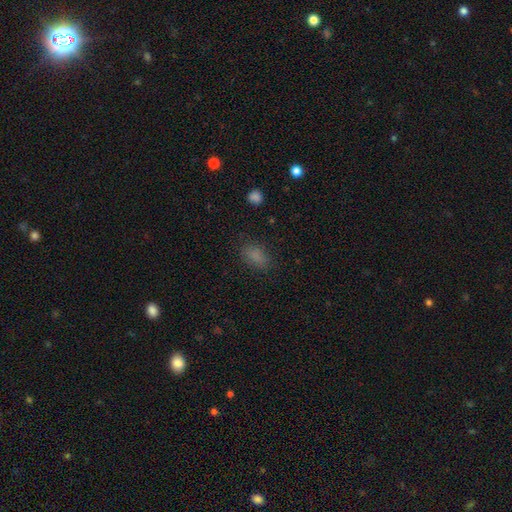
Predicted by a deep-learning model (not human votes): This appears to be a smooth galaxy with no disk features (82%) that is in between round and cigar-shaped (88%). Merging: none (82%).